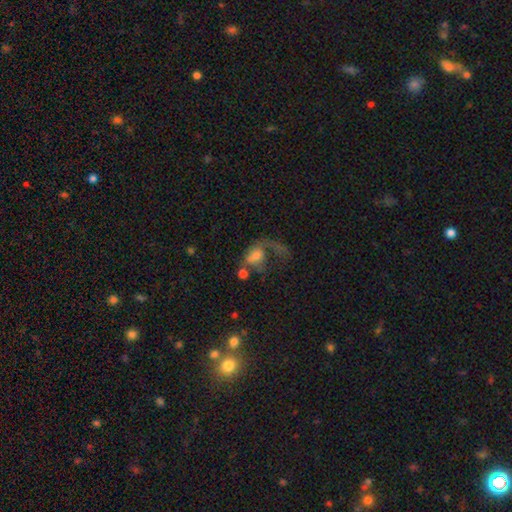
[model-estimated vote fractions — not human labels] Overall: smooth (44%; featured or disk 43%). Merging: major disturbance (49%; merger 22%).